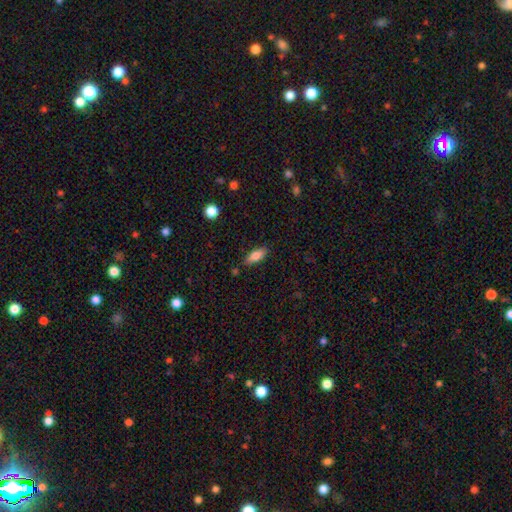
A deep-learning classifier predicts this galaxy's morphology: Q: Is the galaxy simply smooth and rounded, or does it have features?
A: smooth — 77%.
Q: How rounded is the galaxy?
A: in between — 72%.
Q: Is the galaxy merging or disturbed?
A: none — 84%.